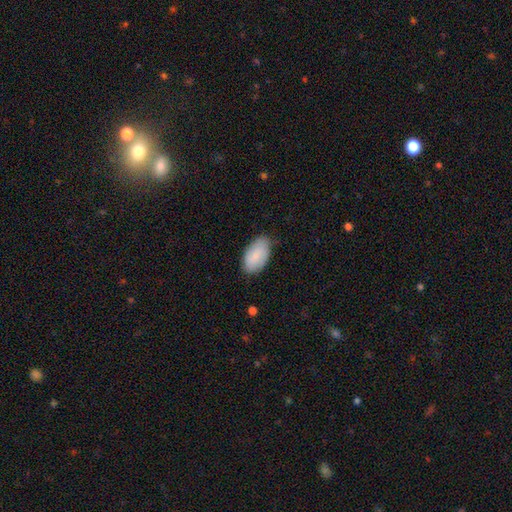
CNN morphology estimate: A smooth galaxy with no disk features (88%) that is in between round and cigar-shaped (95%).

Vote fractions:
- Smooth or featured? smooth: 88% / featured or disk: 7% / star or artifact: 6%
- How rounded? in between: 95% / round: 3% / cigar-shaped: 1%
- Merging? none: 76% / minor disturbance: 19% / major disturbance: 3% / merger: 1%